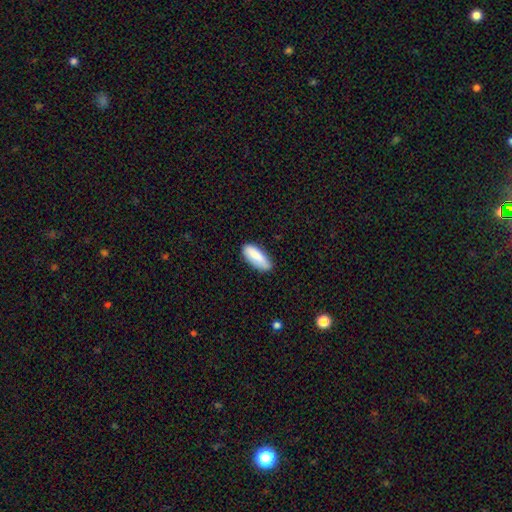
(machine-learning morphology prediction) This appears to be a smooth galaxy with no disk features (85%) that is in between round and cigar-shaped (74%). Merging: none (75%).